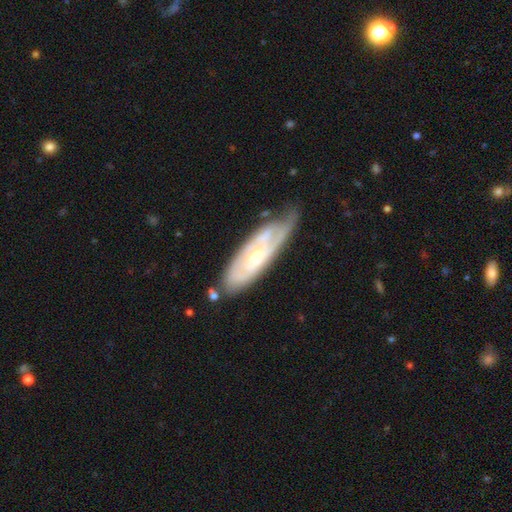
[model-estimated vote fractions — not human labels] A featured or disk galaxy (70%) with no bar (63%), spiral arms (86%) and a small central bulge (57%).

Vote fractions:
- Smooth or featured? featured or disk: 70% / smooth: 24% / star or artifact: 6%
- Edge-on disk? no: 81% / yes: 19%
- Bar? no: 63% / weak: 30% / strong: 7%
- Spiral arms? yes: 86% / no: 14%
- Bulge size? small: 57% / moderate: 26% / none: 13% / large: 3% / dominant: 1%
- Merging? none: 57% / minor disturbance: 29% / major disturbance: 10% / merger: 4%